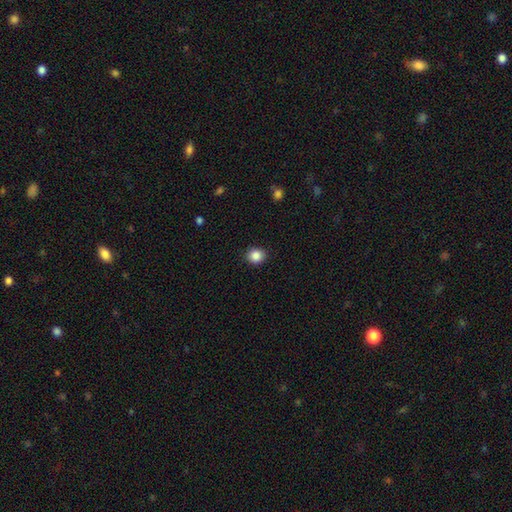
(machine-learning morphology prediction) This appears to be a smooth galaxy with no disk features (87%) that is round (78%). Merging: none (90%).